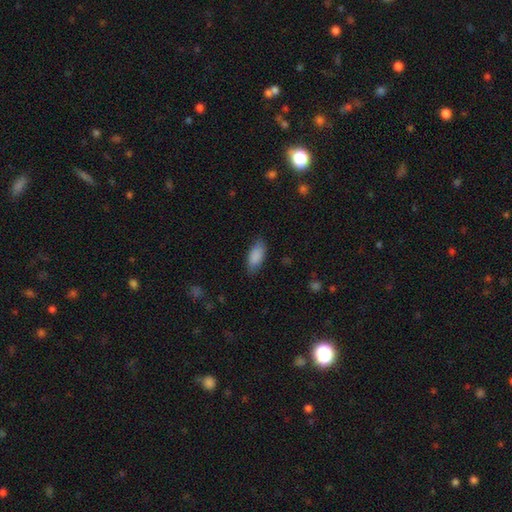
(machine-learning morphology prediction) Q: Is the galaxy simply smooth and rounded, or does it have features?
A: smooth — 88%.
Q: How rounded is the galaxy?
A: in between — 88%.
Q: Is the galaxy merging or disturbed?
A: none — 80%.